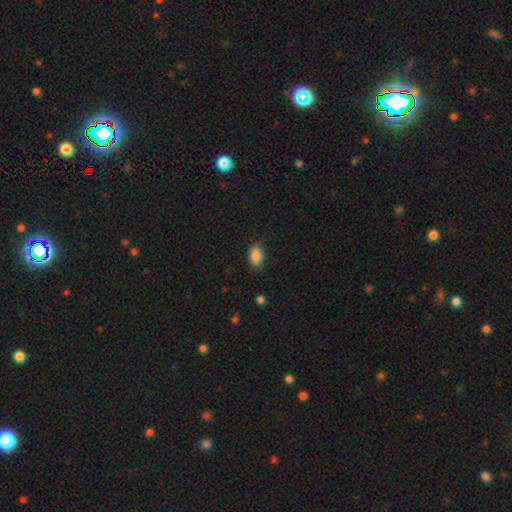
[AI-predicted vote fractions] smooth_or_featured: smooth (p=0.88) [alt: star or artifact p=0.08]
how_rounded: in between (p=0.90) [alt: round p=0.08]
merging: none (p=0.84) [alt: minor disturbance p=0.12]